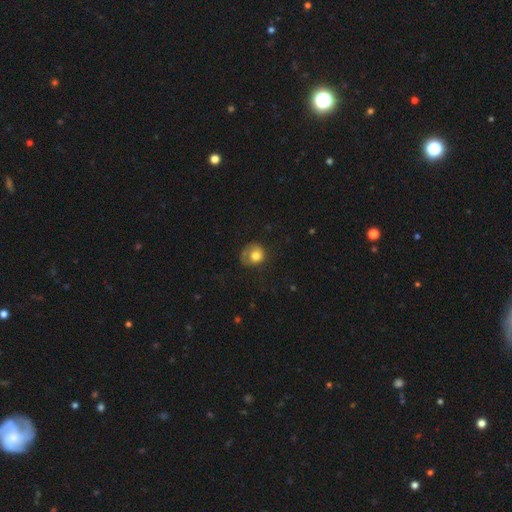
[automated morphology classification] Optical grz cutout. It shows a smooth galaxy with no disk features (73%) that is round (73%). Merging: none (45%).